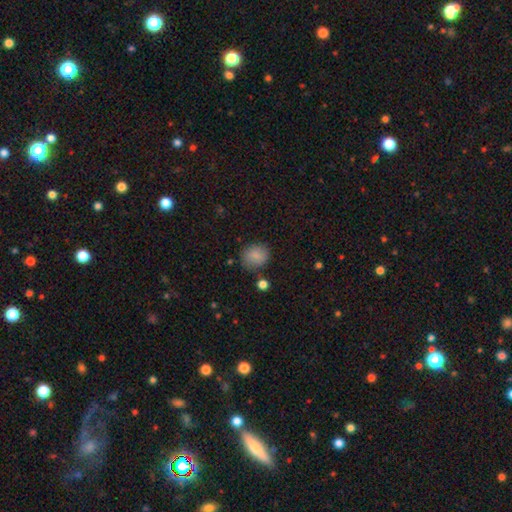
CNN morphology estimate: Smooth or featured? Predicted: smooth (p=0.83). How rounded? Predicted: round (p=0.69). Merging? Predicted: none (p=0.79).